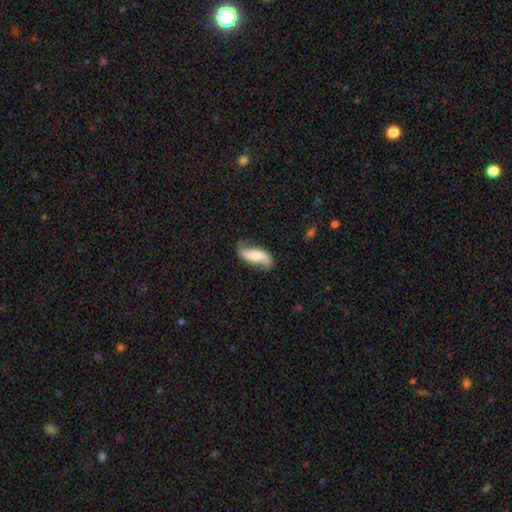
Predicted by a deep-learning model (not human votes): This is likely a featured or disk galaxy (68%). It is clearly not viewed edge-on (92%). Bar: marginally no (44%). Spiral arm pattern: clearly yes (94%). Spiral arm count: clearly 2 (91%). Spiral winding: likely loose (78%). Central bulge: marginally moderate (28%). Merging: likely none (70%).